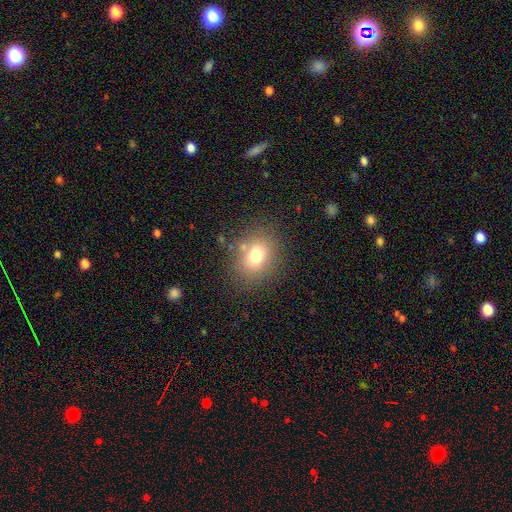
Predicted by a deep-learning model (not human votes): Overall: smooth (74%). How rounded: in between (54%; round 45%). Merging: none (77%).